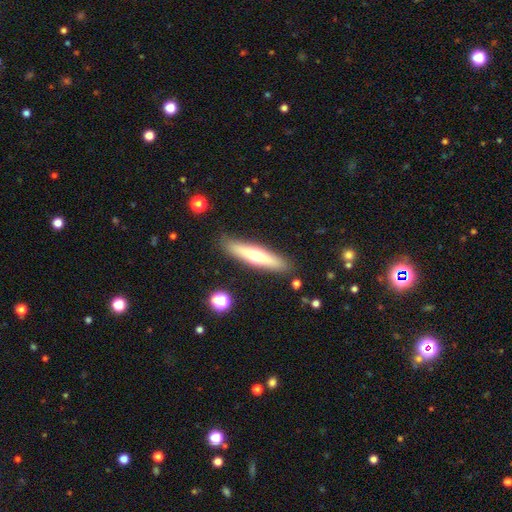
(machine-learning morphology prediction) Smooth or featured? smooth (49%)
Merging? none (87%)